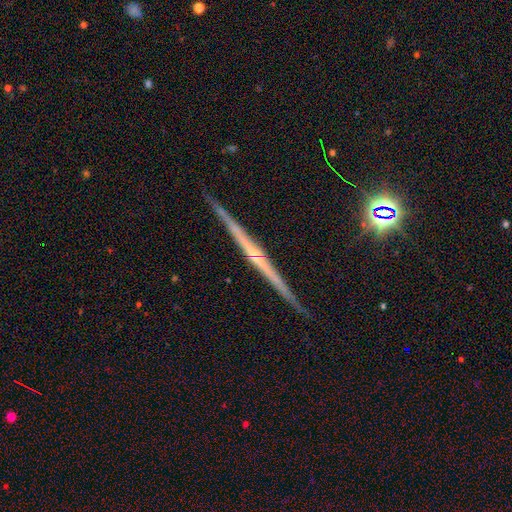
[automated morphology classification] smooth_or_featured: featured or disk (p=0.77) [alt: smooth p=0.14]
disk_edge_on: yes (p=0.98) [alt: no p=0.02]
edge_on_bulge: none (p=0.57) [alt: rounded p=0.36]
merging: none (p=0.91) [alt: minor disturbance p=0.07]